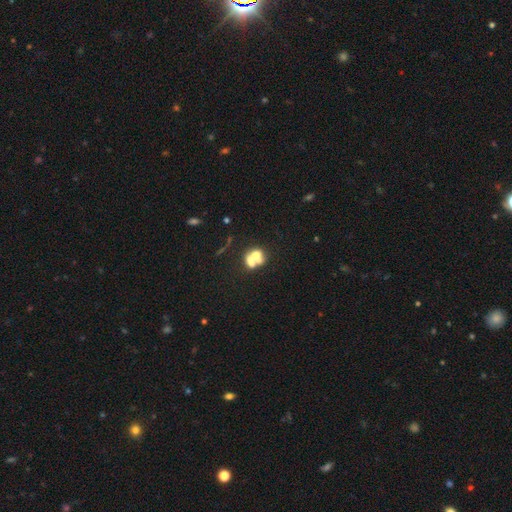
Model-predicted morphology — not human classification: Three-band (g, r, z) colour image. It shows a smooth galaxy with no disk features (54%) that is round (61%). Merging: merger (57%).